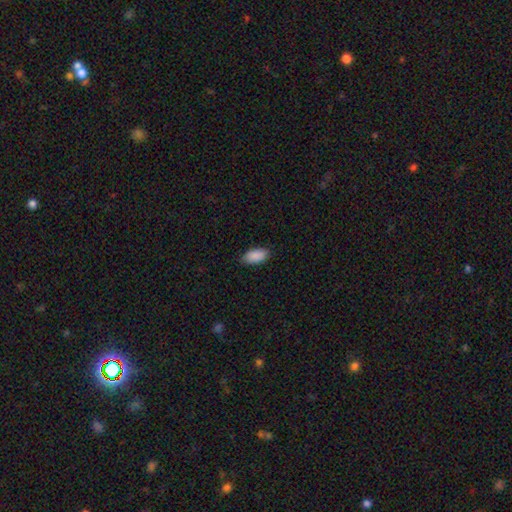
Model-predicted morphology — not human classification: A smooth galaxy with no disk features (90%) that is in between round and cigar-shaped (94%). Merging: none (83%).